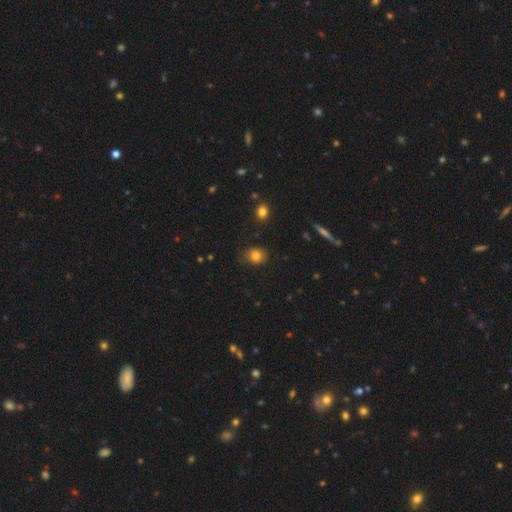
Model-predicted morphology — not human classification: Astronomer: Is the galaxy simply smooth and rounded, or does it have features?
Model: smooth — 80%.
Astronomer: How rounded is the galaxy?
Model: round — 61% (runner-up: in between, 38%).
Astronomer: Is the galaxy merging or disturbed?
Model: none — 77%.